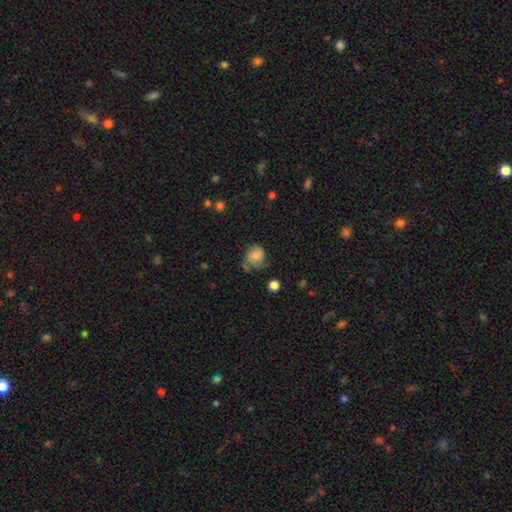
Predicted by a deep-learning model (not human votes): This is likely a smooth galaxy (67%). How rounded: likely round (70%). Merging: possibly none (47%).